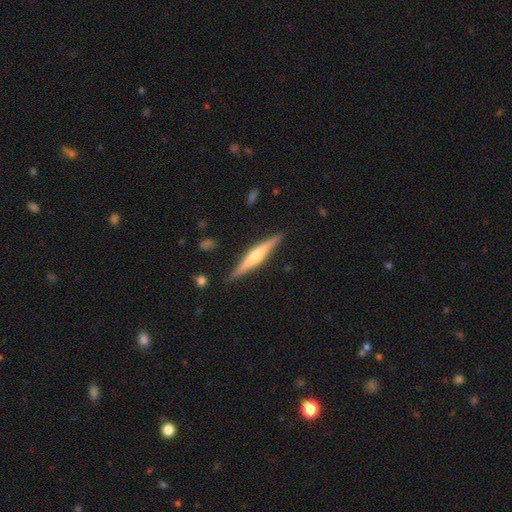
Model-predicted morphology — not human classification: smooth_or_featured: featured or disk (p=0.67) [alt: smooth p=0.28]
disk_edge_on: yes (p=0.97) [alt: no p=0.03]
edge_on_bulge: rounded (p=0.82) [alt: none p=0.10]
merging: none (p=0.88) [alt: minor disturbance p=0.09]